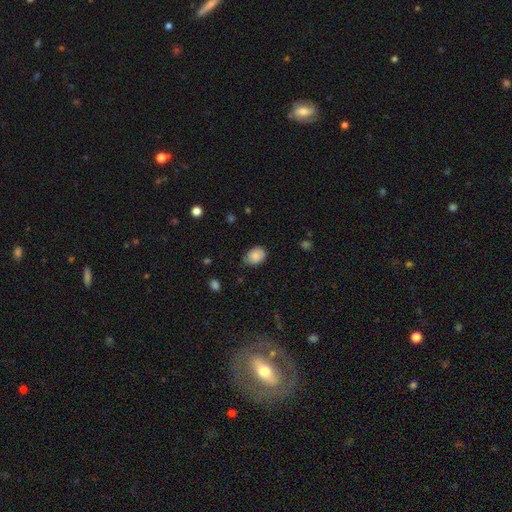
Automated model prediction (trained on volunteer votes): smooth-or-featured: smooth: 85% | star or artifact: 8% | featured or disk: 7%
  how-rounded: in between: 65% | round: 34% | cigar-shaped: 1%
  merging: none: 65% | minor disturbance: 29% | major disturbance: 5% | merger: 1%